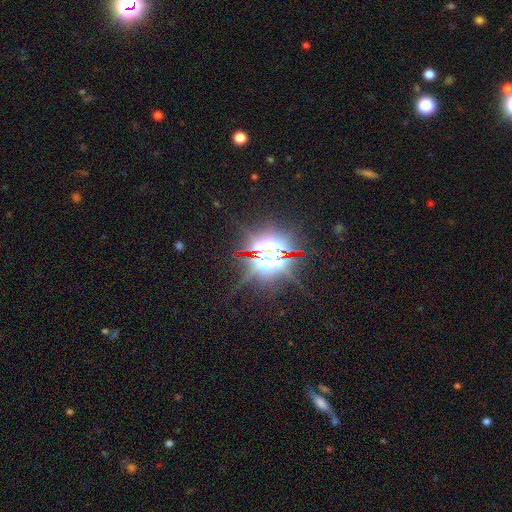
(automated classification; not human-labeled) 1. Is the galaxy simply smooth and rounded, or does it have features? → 81% star or artifact, 12% featured or disk, 8% smooth.